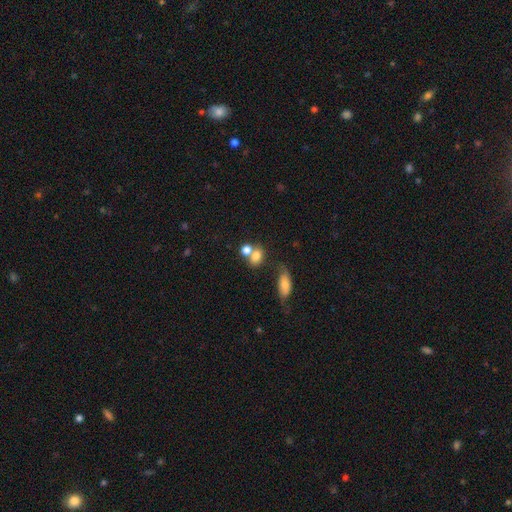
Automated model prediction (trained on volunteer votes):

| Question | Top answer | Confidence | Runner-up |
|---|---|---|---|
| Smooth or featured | smooth | 76% | featured or disk (12%) |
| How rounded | in between | 54% | round (44%) |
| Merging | merger | 49% | none (34%) |